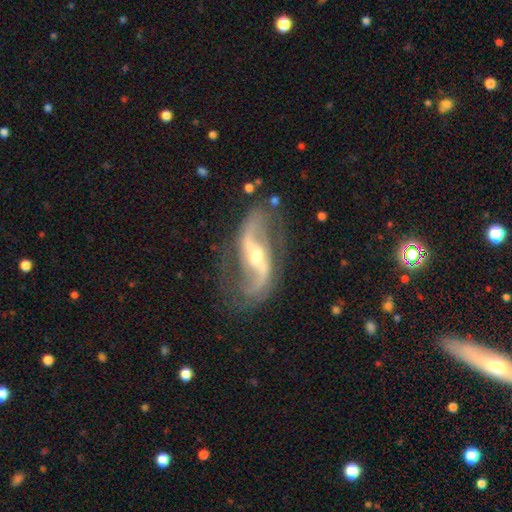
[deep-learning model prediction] Q: Smooth or featured?
A: featured or disk (91%); runner-up: star or artifact (5%)
Q: Edge-on disk?
A: no (96%); runner-up: yes (4%)
Q: Bar?
A: strong (47%); runner-up: weak (34%)
Q: Spiral arms?
A: yes (96%); runner-up: no (4%)
Q: Spiral winding?
A: loose (58%); runner-up: medium (34%)
Q: Spiral arm count?
A: 2 (93%); runner-up: can't tell (2%)
Q: Bulge size?
A: moderate (56%); runner-up: small (37%)
Q: Merging?
A: none (75%); runner-up: minor disturbance (15%)